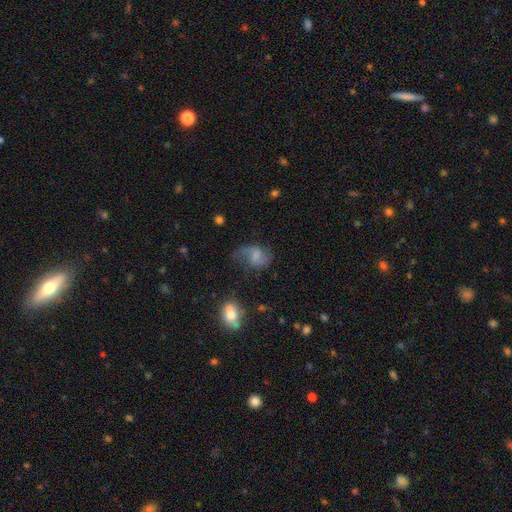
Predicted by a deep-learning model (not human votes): Morphology: type=featured or disk (47%); merging=none (44%).